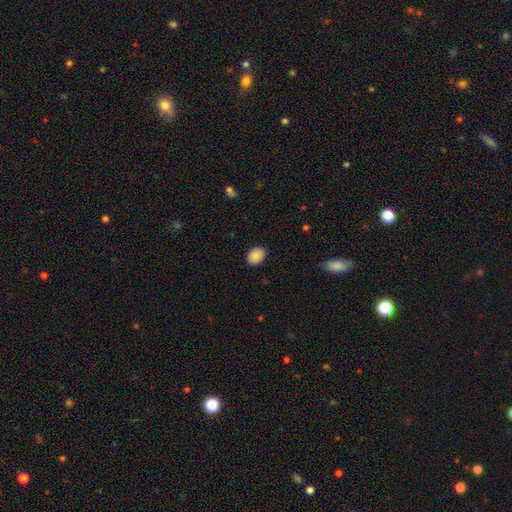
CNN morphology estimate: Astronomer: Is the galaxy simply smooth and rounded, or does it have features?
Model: smooth — 89%.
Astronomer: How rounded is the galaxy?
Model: in between — 69%.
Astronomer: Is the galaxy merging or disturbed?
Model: none — 89%.